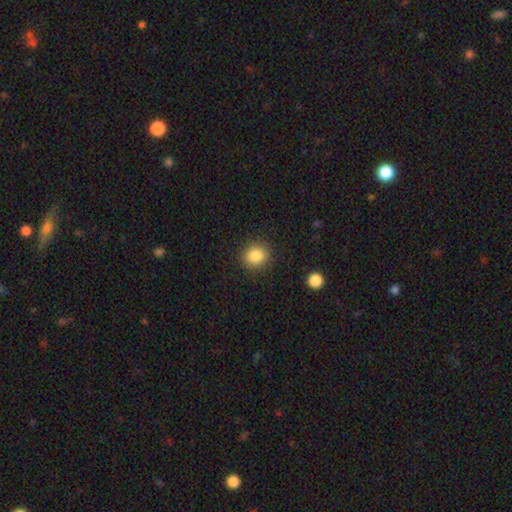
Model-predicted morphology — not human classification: Overall: smooth (86%). How rounded: round (77%). Merging: none (89%).